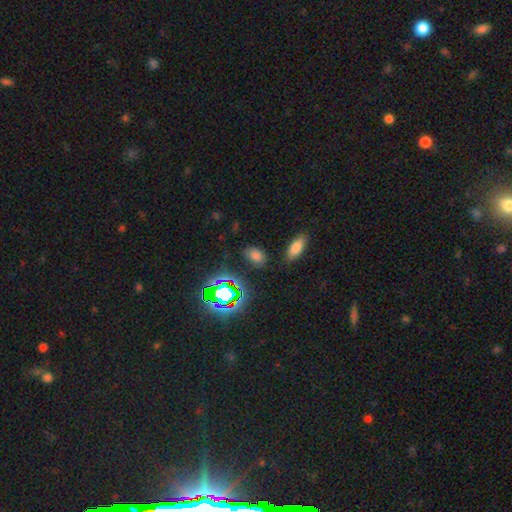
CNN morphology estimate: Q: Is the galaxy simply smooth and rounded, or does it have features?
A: smooth — 67%.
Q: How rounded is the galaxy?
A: in between — 84%.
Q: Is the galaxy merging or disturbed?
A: none — 80%.